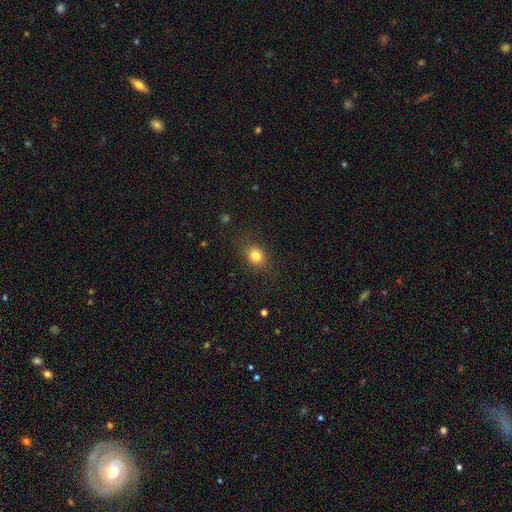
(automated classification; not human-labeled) smooth-or-featured: smooth: 81% | star or artifact: 12% | featured or disk: 7%
  how-rounded: round: 59% | in between: 40% | cigar-shaped: 1%
  merging: none: 83% | minor disturbance: 12% | major disturbance: 4% | merger: 1%